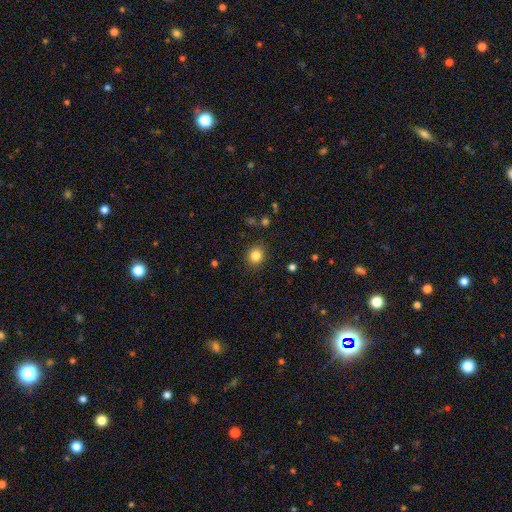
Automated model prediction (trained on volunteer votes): This is clearly a smooth galaxy (83%). How rounded: likely round (76%). Merging: clearly none (88%).